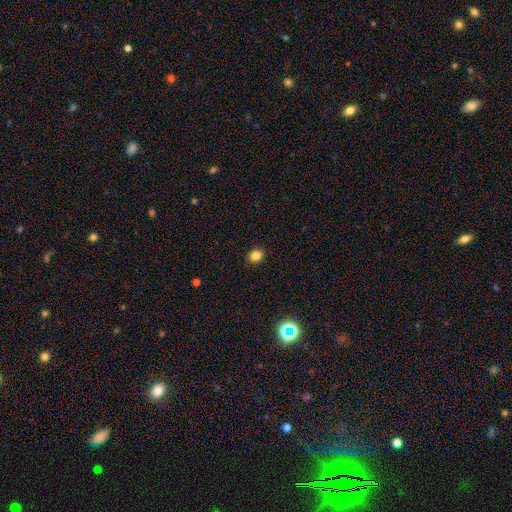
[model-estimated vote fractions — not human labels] smooth 84%, star or artifact 12%, featured or disk 4%. Down the decision tree: how rounded — round (66%); merging — none (91%).